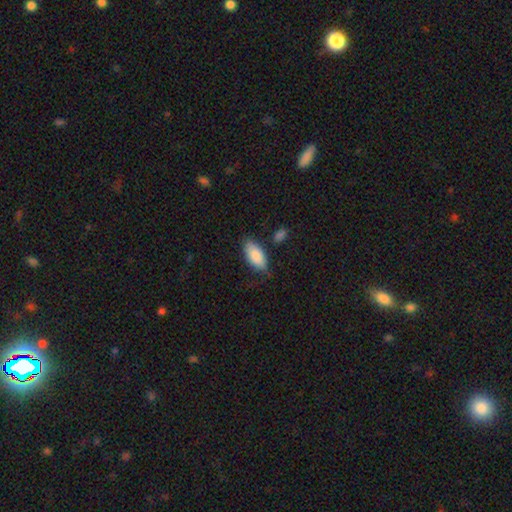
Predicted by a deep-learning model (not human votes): The model was most divided on "merging": none: 71%, minor disturbance: 21%, major disturbance: 4%, merger: 4%. More confident: how rounded — in between (92%); smooth or featured — smooth (87%).